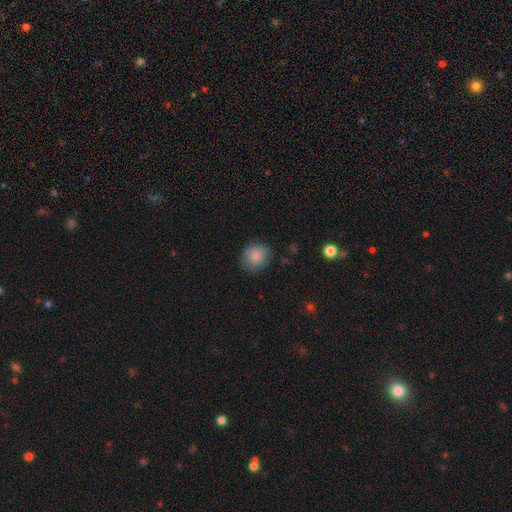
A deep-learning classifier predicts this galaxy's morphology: Smooth or featured?
  - smooth: 87% *
  - star or artifact: 8%
  - featured or disk: 5%
How rounded?
  - round: 77% *
  - in between: 22%
  - cigar-shaped: 1%
Merging?
  - none: 79% *
  - minor disturbance: 16%
  - major disturbance: 4%
  - merger: 1%